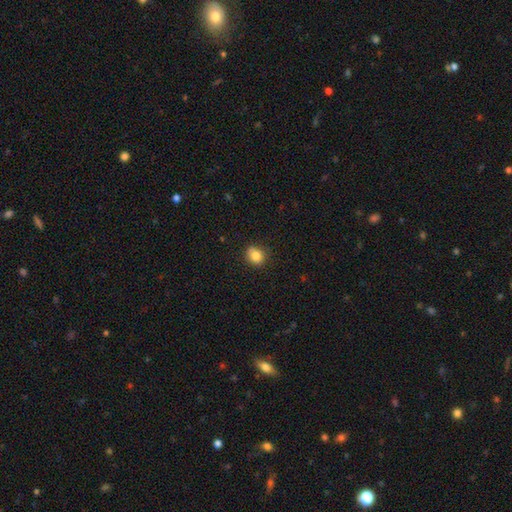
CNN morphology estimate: The model was most divided on "how rounded": round: 70%, in between: 29%, cigar-shaped: 1%. More confident: smooth or featured — smooth (81%); merging — none (75%).